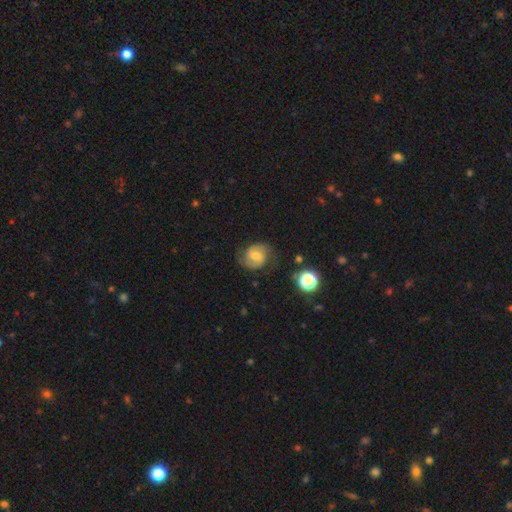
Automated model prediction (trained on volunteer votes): A featured or disk galaxy (70%) with a weak bar (51%), 2 (88%) medium (51%) spiral arms (93%) and a moderate central bulge (49%).

Vote fractions:
- Smooth or featured? featured or disk: 70% / smooth: 21% / star or artifact: 9%
- Edge-on disk? no: 98% / yes: 2%
- Bar? weak: 51% / no: 36% / strong: 13%
- Spiral arms? yes: 93% / no: 7%
- Spiral winding? medium: 51% / tight: 32% / loose: 17%
- Spiral arm count? 2: 88% / can't tell: 6% / 1: 2% / 3: 1% / 4: 1% / more than 4: 1%
- Bulge size? moderate: 49% / small: 41% / none: 5% / large: 4% / dominant: 1%
- Merging? none: 75% / minor disturbance: 17% / major disturbance: 7% / merger: 2%